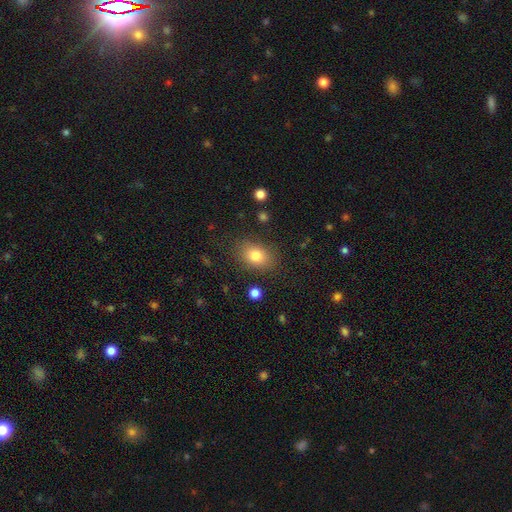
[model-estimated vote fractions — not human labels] Overall: smooth (80%). How rounded: in between (72%). Merging: none (83%).